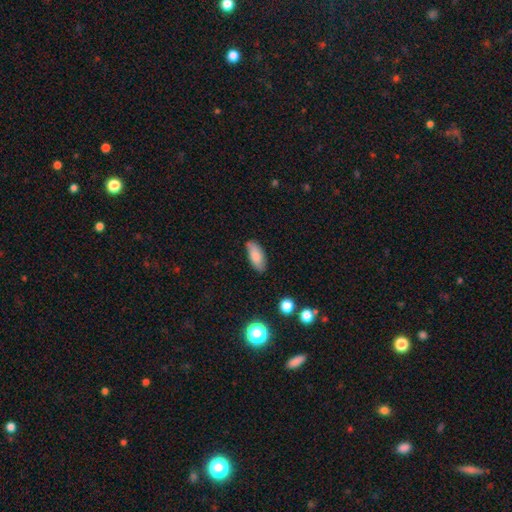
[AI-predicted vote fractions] A smooth galaxy with no disk features (81%) that is in between round and cigar-shaped (85%). Merging: none (80%).